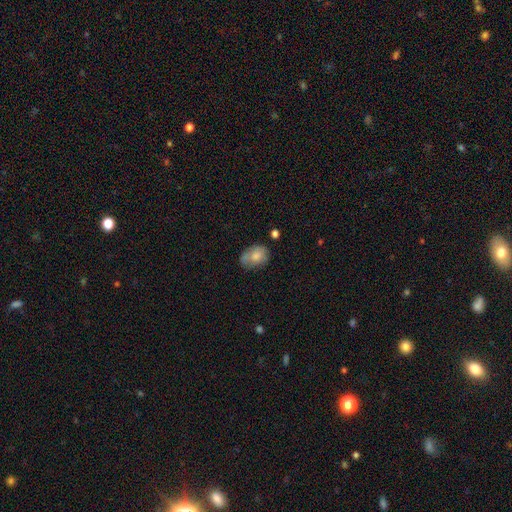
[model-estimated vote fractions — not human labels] A smooth galaxy with no disk features (72%) that is in between round and cigar-shaped (75%).

Vote fractions:
- Smooth or featured? smooth: 72% / featured or disk: 20% / star or artifact: 8%
- How rounded? in between: 75% / round: 24% / cigar-shaped: 1%
- Merging? none: 56% / minor disturbance: 29% / major disturbance: 10% / merger: 5%